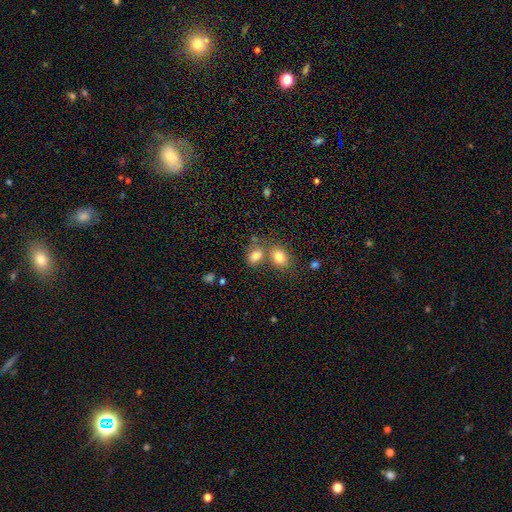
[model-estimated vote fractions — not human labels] Overall: smooth (80%). How rounded: in between (73%). Merging: none (46%; merger 39%).